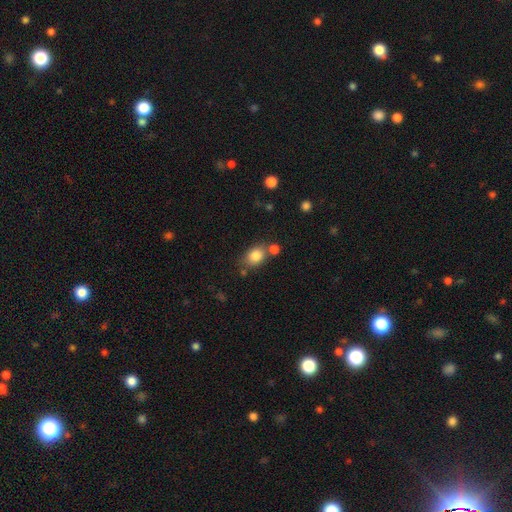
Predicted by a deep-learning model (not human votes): Overall: smooth (83%). How rounded: in between (65%; round 33%). Merging: none (59%; merger 22%).